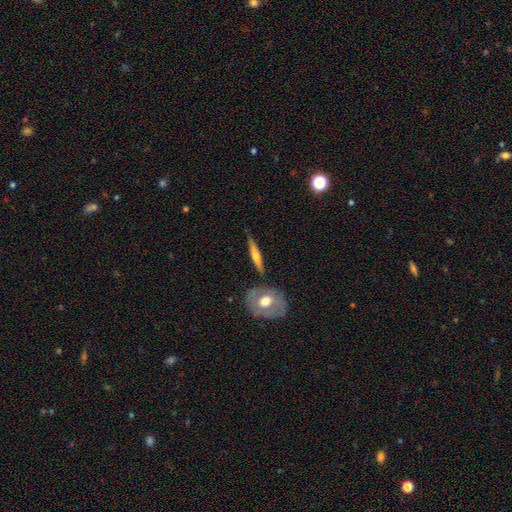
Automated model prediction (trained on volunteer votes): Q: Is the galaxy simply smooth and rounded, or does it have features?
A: featured or disk — 55%.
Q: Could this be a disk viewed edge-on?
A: yes — 91%.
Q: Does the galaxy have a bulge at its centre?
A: rounded — 86%.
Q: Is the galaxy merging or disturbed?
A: none — 81%.